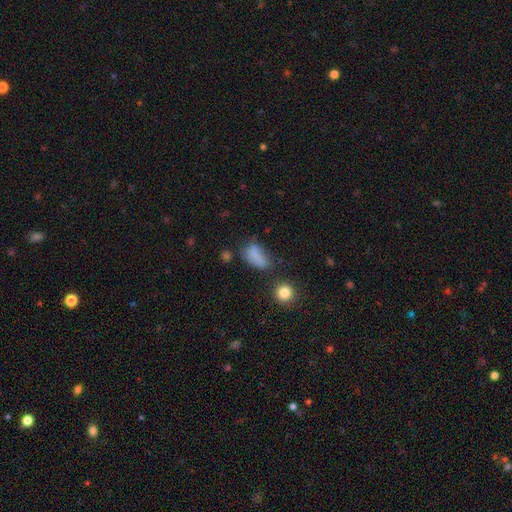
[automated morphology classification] A smooth galaxy with no disk features (76%) that is in between round and cigar-shaped (80%).

Vote fractions:
- Smooth or featured? smooth: 76% / star or artifact: 14% / featured or disk: 10%
- How rounded? in between: 80% / cigar-shaped: 11% / round: 10%
- Merging? none: 42% / minor disturbance: 28% / major disturbance: 21% / merger: 8%